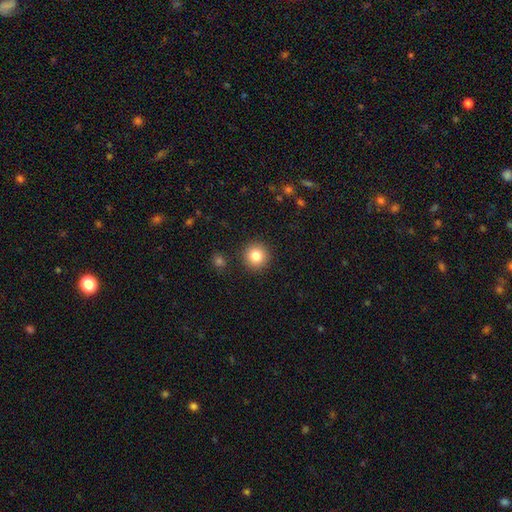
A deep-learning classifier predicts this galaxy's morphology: Overall: smooth (83%). How rounded: round (94%). Merging: none (90%).